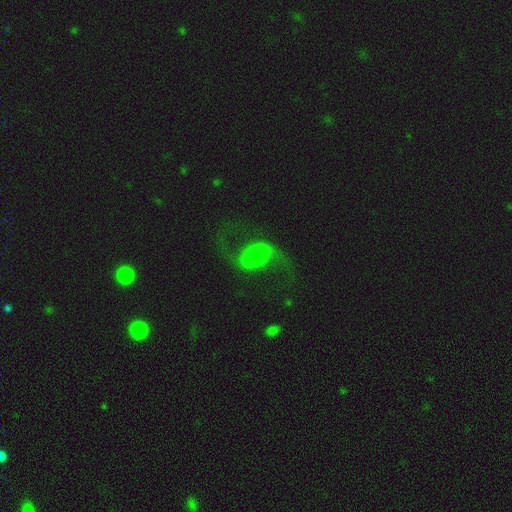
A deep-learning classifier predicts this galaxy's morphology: featured or disk 79%, smooth 13%, star or artifact 8%. Down the decision tree: edge-on disk — no (96%); bar — no (53%); spiral arms — yes (93%); spiral arm count — 2 (94%); spiral winding — loose (74%); bulge size — moderate (55%); merging — none (69%).